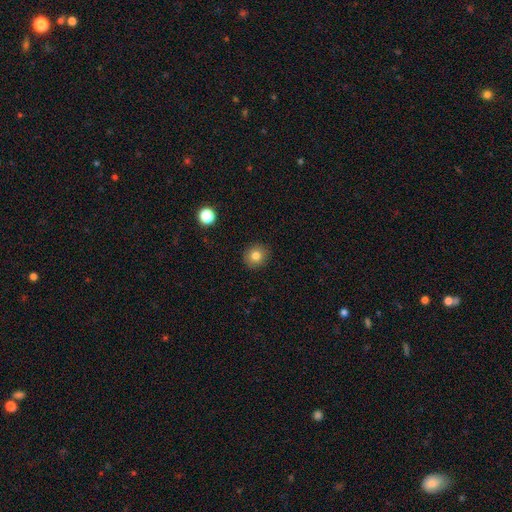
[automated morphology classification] Smooth or featured? Predicted: smooth (p=0.80). How rounded? Predicted: round (p=0.85). Merging? Predicted: none (p=0.91).